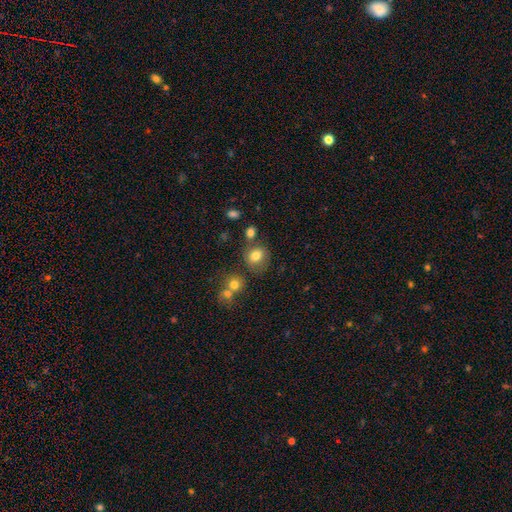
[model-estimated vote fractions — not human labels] smooth-or-featured: smooth: 76% | star or artifact: 13% | featured or disk: 11%
  how-rounded: round: 65% | in between: 34% | cigar-shaped: 1%
  merging: none: 65% | minor disturbance: 16% | merger: 13% | major disturbance: 6%